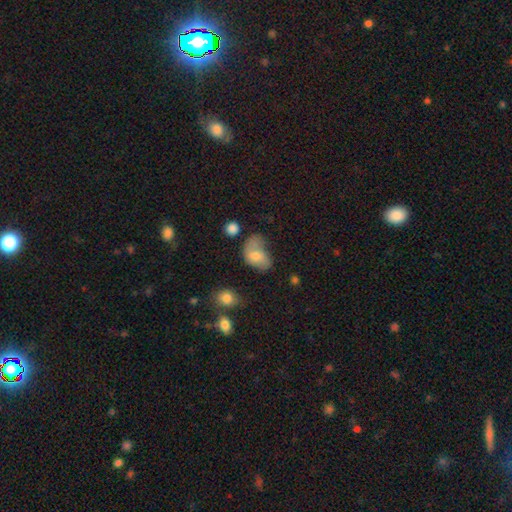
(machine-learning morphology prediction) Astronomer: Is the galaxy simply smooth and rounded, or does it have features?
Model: smooth — 65%.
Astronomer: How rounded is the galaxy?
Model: in between — 83%.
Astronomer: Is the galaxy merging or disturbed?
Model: minor disturbance — 31% (runner-up: major disturbance, 29%).